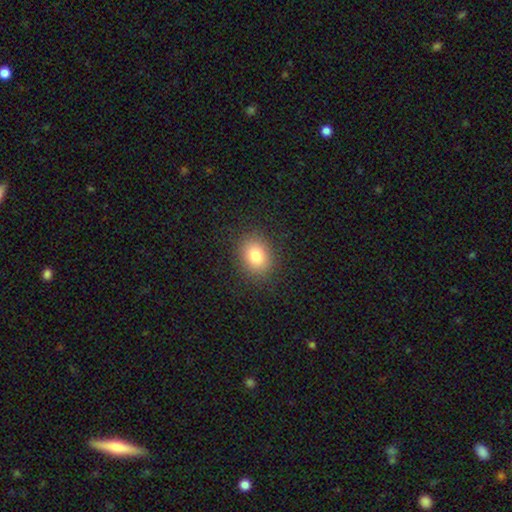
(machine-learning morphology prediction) This is clearly a smooth galaxy (82%). How rounded: possibly in between (51%). Merging: clearly none (87%).